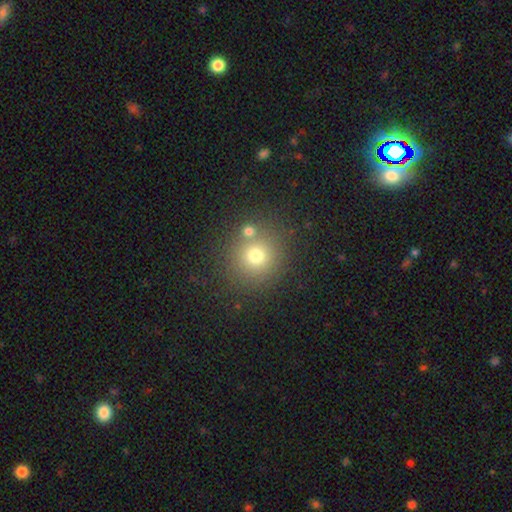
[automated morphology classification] A smooth galaxy with no disk features (72%) that is round (90%).

Vote fractions:
- Smooth or featured? smooth: 72% / star or artifact: 18% / featured or disk: 10%
- How rounded? round: 90% / in between: 9% / cigar-shaped: 1%
- Merging? none: 74% / merger: 13% / minor disturbance: 9% / major disturbance: 4%